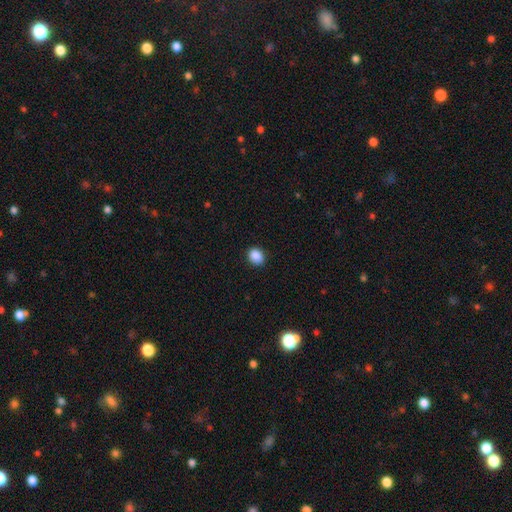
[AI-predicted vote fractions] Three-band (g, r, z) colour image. It shows a smooth galaxy with no disk features (89%) that is round (62%). Merging: none (90%).